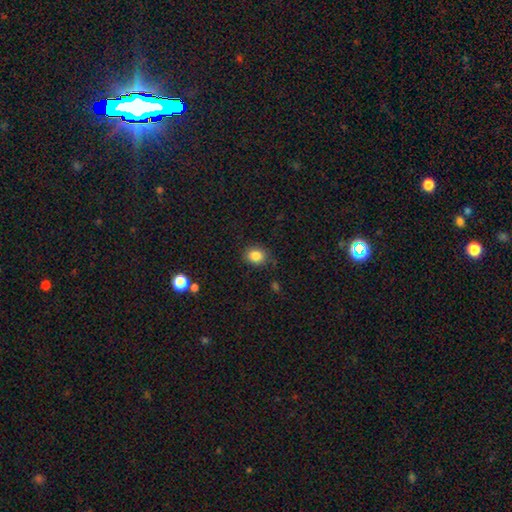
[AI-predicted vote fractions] Smooth or featured? Predicted: smooth (p=0.84). How rounded? Predicted: round (p=0.57). Merging? Predicted: none (p=0.84).